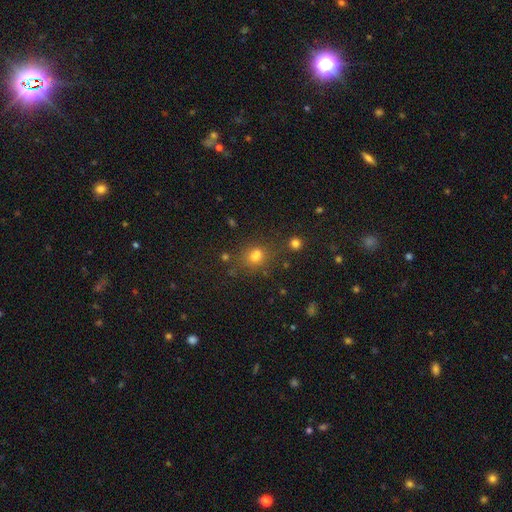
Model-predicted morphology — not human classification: Smooth or featured?
  - smooth: 70% *
  - star or artifact: 20%
  - featured or disk: 10%
How rounded?
  - round: 52% *
  - in between: 46%
  - cigar-shaped: 2%
Merging?
  - none: 61% *
  - merger: 19%
  - minor disturbance: 14%
  - major disturbance: 6%